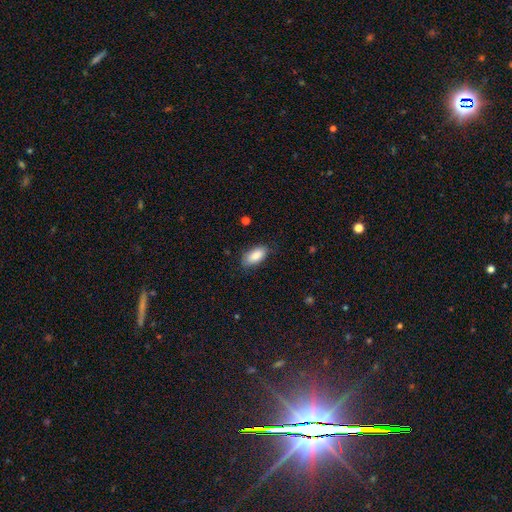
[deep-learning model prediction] The model was most divided on "merging": none: 77%, minor disturbance: 18%, major disturbance: 4%, merger: 1%. More confident: how rounded — in between (92%); smooth or featured — smooth (87%).